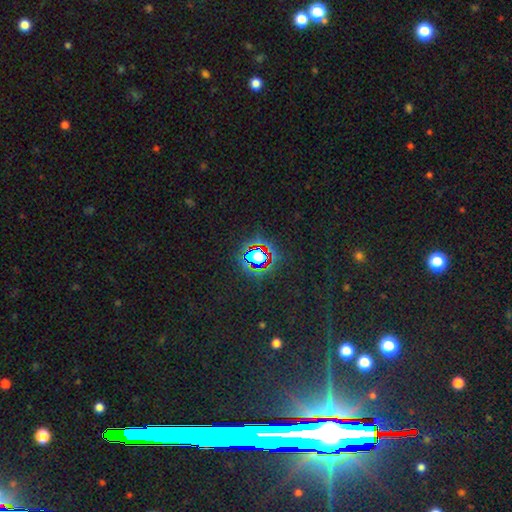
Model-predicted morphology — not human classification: Smooth or featured: star or artifact — 72% (smooth — 18%)